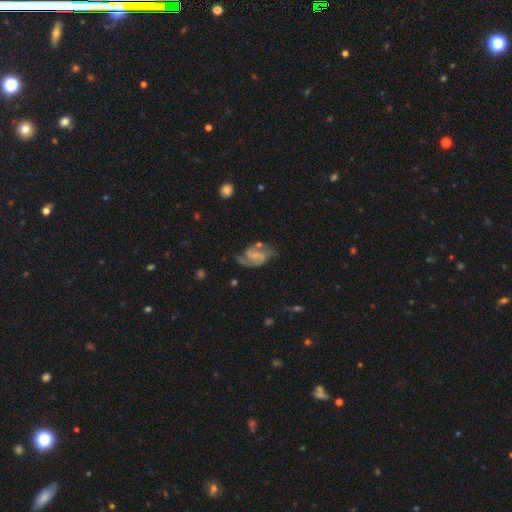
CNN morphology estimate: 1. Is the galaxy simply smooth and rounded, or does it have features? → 84% featured or disk, 10% smooth, 6% star or artifact.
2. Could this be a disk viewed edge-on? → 98% no, 2% yes.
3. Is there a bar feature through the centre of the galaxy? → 48% weak, 36% no, 16% strong.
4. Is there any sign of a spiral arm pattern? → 95% yes, 5% no.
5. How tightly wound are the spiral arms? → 54% medium, 24% loose, 22% tight.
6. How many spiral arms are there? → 86% 2, 5% can't tell, 3% 3, 3% 1, 1% 4, 1% more than 4.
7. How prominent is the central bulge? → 59% small, 21% none, 17% moderate, 2% large, 1% dominant.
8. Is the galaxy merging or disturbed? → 59% none, 22% minor disturbance, 13% major disturbance, 6% merger.